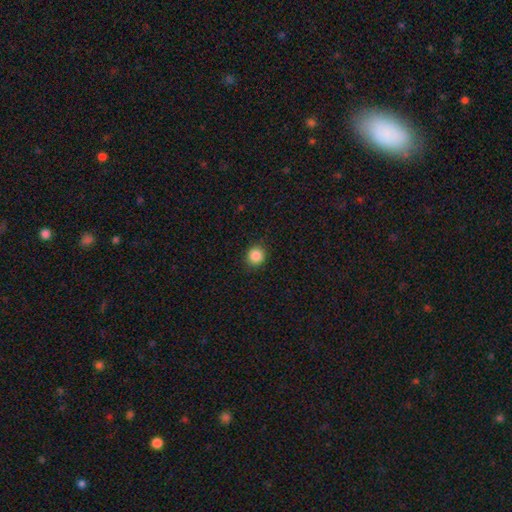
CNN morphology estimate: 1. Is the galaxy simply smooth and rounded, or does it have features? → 87% smooth, 10% star or artifact, 3% featured or disk.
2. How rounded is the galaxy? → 90% round, 9% in between, 1% cigar-shaped.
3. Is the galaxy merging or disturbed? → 89% none, 7% minor disturbance, 2% major disturbance, 1% merger.